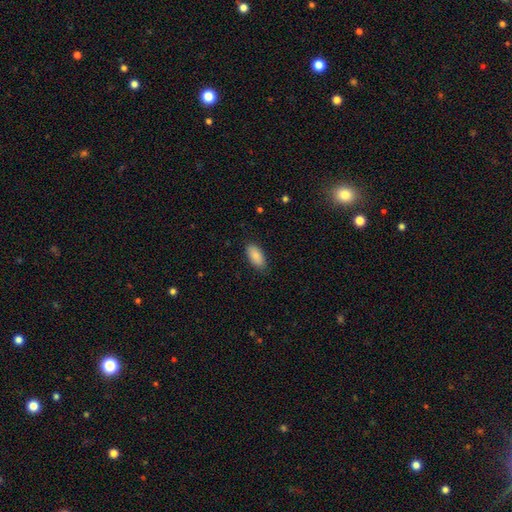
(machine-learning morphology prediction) Overall: smooth (88%). How rounded: in between (92%). Merging: none (85%).